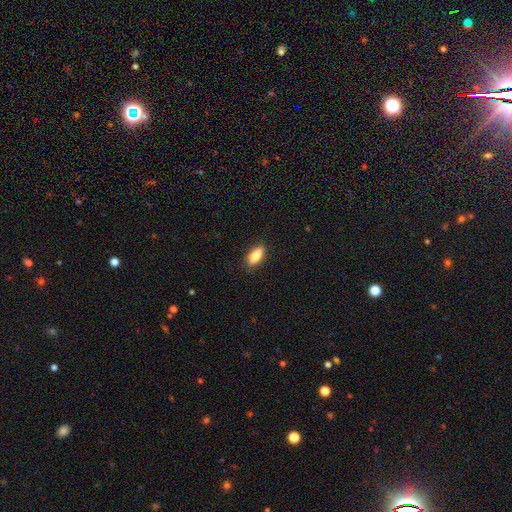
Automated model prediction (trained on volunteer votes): Morphology: type=smooth (83%); roundness=in between (80%); merging=none (87%).